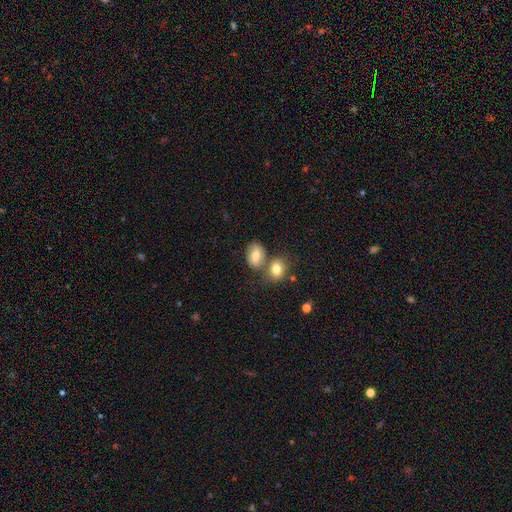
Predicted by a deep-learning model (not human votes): A smooth galaxy with no disk features (71%) that is in between round and cigar-shaped (76%). Merging: none (51%).